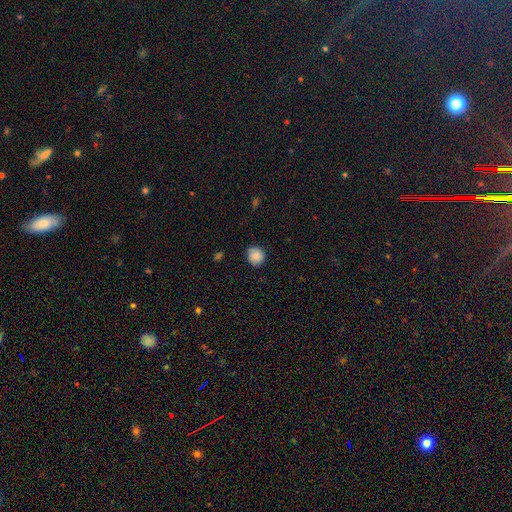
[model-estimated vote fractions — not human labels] Smooth or featured? smooth (85%)
How rounded? round (87%)
Merging? none (82%)